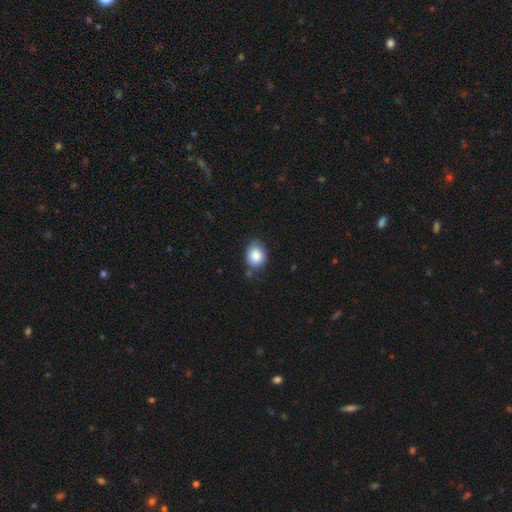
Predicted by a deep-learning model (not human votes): Overall: smooth (86%). How rounded: round (53%; in between 46%). Merging: none (69%).